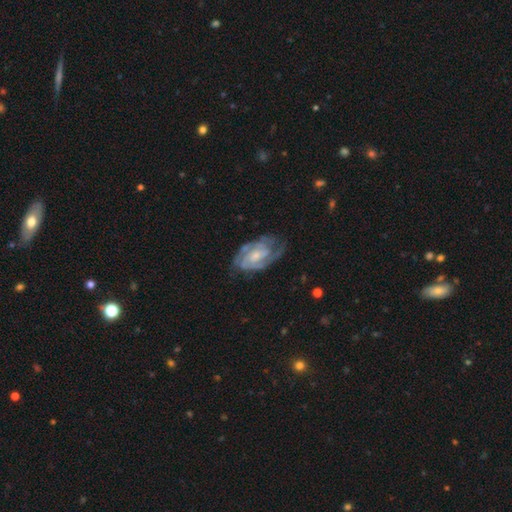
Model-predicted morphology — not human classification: Smooth or featured? featured or disk (86%)
Edge-on disk? no (97%)
Bar? no (49%)
Spiral arms? yes (96%)
Spiral winding? tight (57%)
Spiral arm count? 2 (53%)
Bulge size? small (45%)
Merging? none (68%)